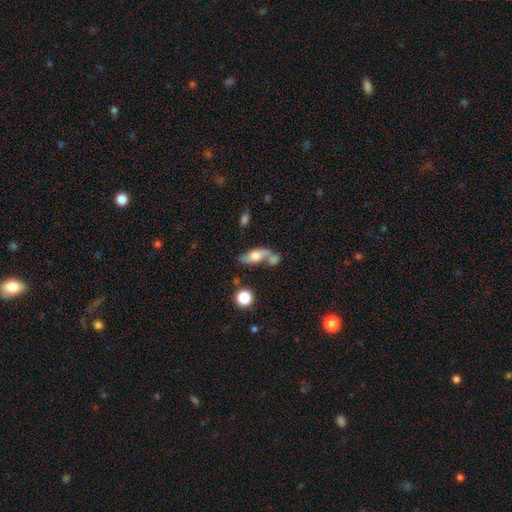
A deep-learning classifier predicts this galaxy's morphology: This is possibly a smooth galaxy (53%). How rounded: likely in between (69%). Merging: marginally none (38%).